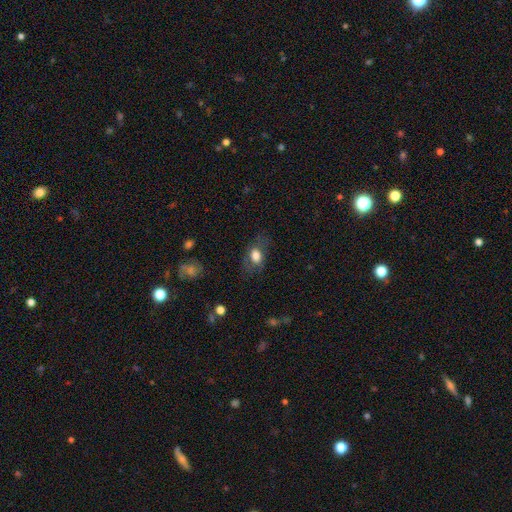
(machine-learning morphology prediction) smooth-or-featured: smooth: 70% | featured or disk: 21% | star or artifact: 9%
  how-rounded: in between: 83% | round: 14% | cigar-shaped: 3%
  merging: none: 65% | minor disturbance: 21% | major disturbance: 13% | merger: 2%